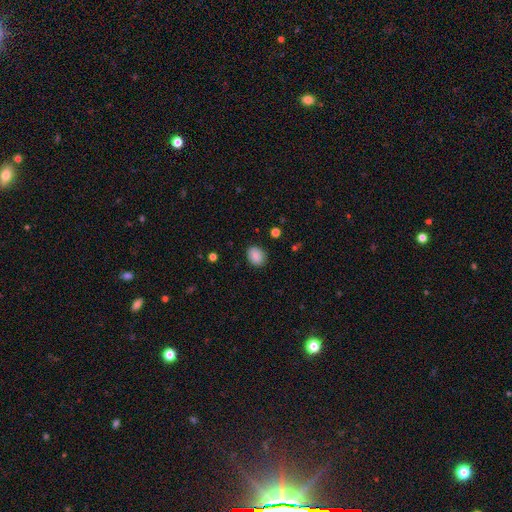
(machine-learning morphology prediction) A smooth galaxy with no disk features (87%) that is in between round and cigar-shaped (51%).

Vote fractions:
- Smooth or featured? smooth: 87% / star or artifact: 8% / featured or disk: 5%
- How rounded? in between: 51% / round: 48% / cigar-shaped: 1%
- Merging? none: 87% / minor disturbance: 10% / major disturbance: 2% / merger: 1%